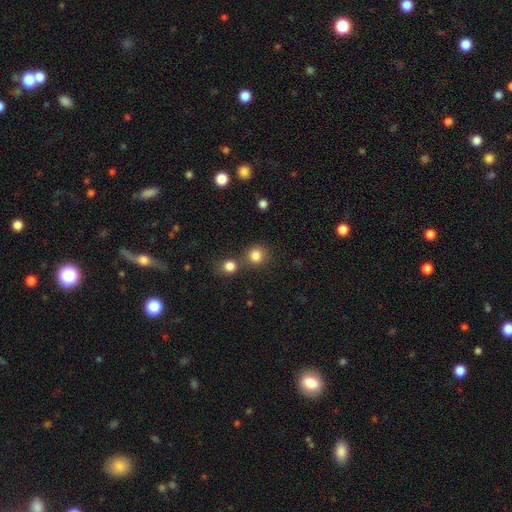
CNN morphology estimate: smooth_or_featured: smooth (p=0.83) [alt: star or artifact p=0.12]
how_rounded: round (p=0.88) [alt: in between p=0.11]
merging: none (p=0.65) [alt: merger p=0.23]